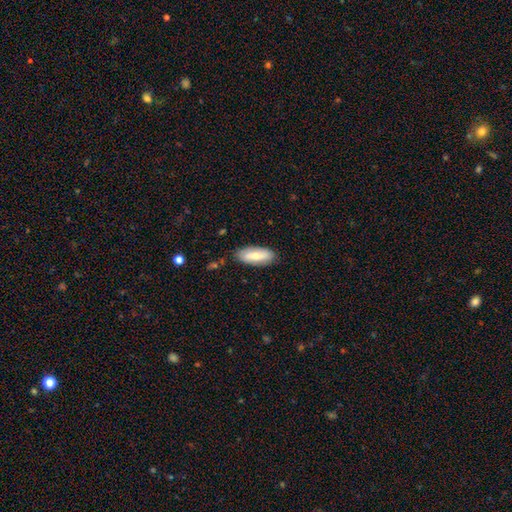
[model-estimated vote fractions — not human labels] The model was most divided on "smooth or featured": smooth: 69%, featured or disk: 26%, star or artifact: 6%. More confident: merging — none (84%); how rounded — in between (77%).